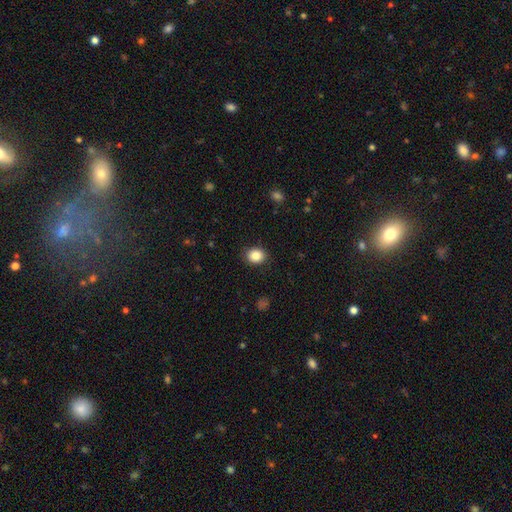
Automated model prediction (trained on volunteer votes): The model was most divided on "how rounded": round: 57%, in between: 42%, cigar-shaped: 1%. More confident: merging — none (88%); smooth or featured — smooth (86%).